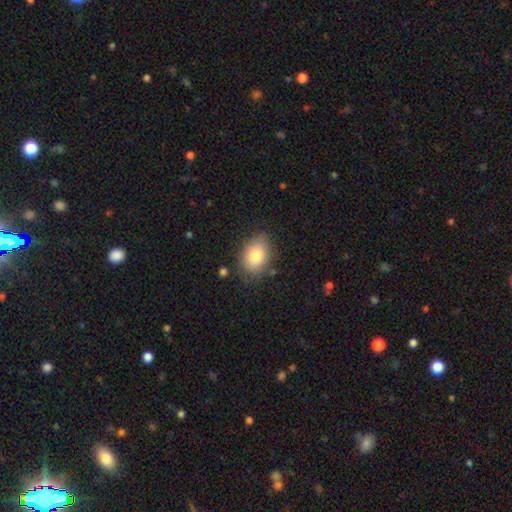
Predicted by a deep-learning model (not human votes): This appears to be a smooth galaxy with no disk features (82%) that is in between round and cigar-shaped (80%). Merging: none (78%).